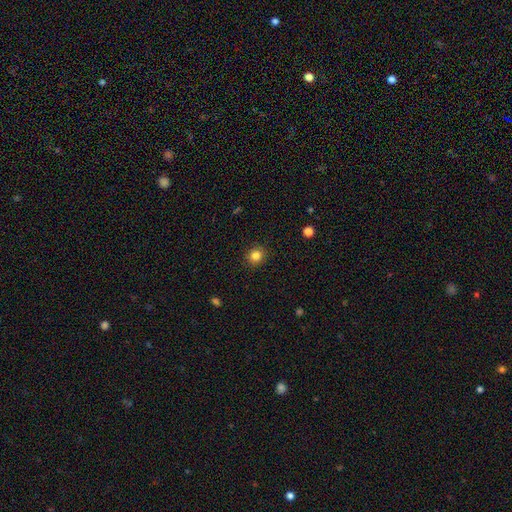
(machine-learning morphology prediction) type=smooth (83%); roundness=round (86%); merging=none (91%).